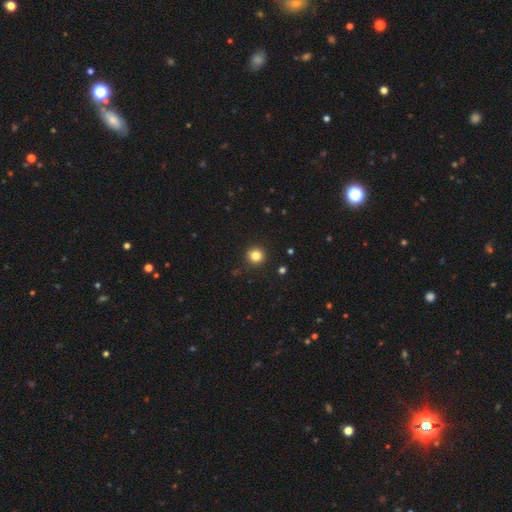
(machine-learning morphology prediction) Smooth or featured?
  - smooth: 83% *
  - star or artifact: 12%
  - featured or disk: 5%
How rounded?
  - round: 94% *
  - in between: 5%
  - cigar-shaped: 1%
Merging?
  - none: 92% *
  - minor disturbance: 5%
  - major disturbance: 2%
  - merger: 1%